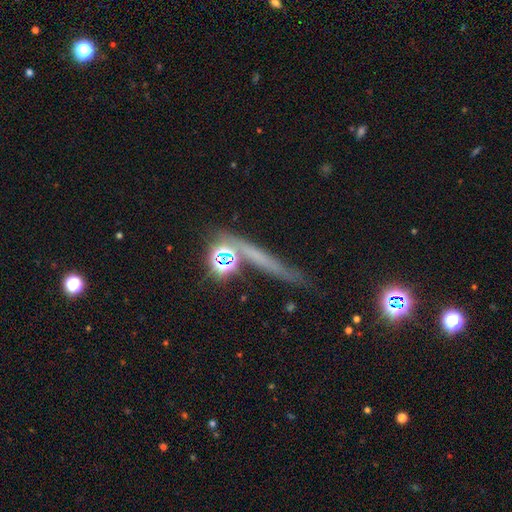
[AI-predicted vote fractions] Smooth or featured? Predicted: smooth (p=0.38). Merging? Predicted: none (p=0.68).